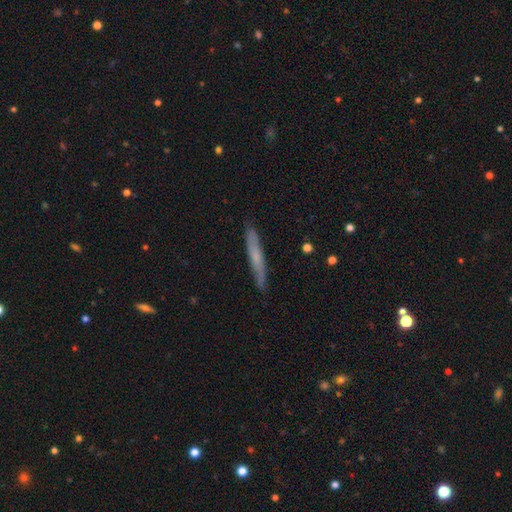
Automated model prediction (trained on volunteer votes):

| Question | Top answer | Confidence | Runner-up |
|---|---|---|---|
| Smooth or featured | smooth | 53% | featured or disk (41%) |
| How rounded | cigar-shaped | 95% | in between (3%) |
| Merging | none | 87% | minor disturbance (10%) |